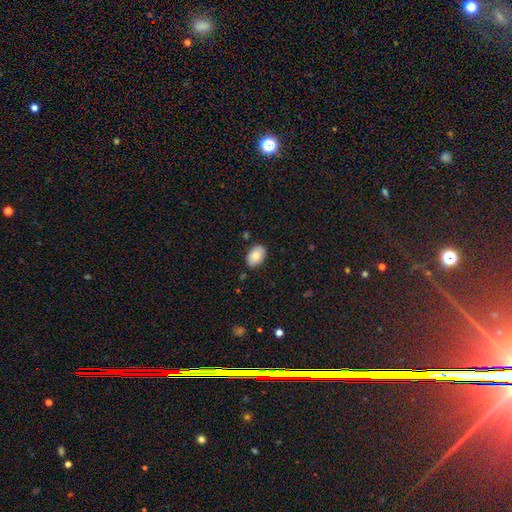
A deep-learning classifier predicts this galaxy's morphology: Smooth or featured?
  - smooth: 81% *
  - featured or disk: 12%
  - star or artifact: 7%
How rounded?
  - in between: 88% *
  - round: 11%
  - cigar-shaped: 1%
Merging?
  - none: 83% *
  - minor disturbance: 13%
  - major disturbance: 2%
  - merger: 2%